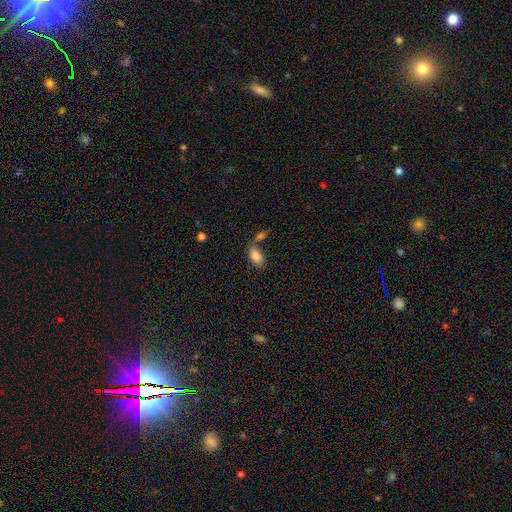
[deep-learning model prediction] smooth_or_featured: smooth (p=0.84) [alt: featured or disk p=0.08]
how_rounded: in between (p=0.93) [alt: round p=0.04]
merging: none (p=0.54) [alt: merger p=0.26]